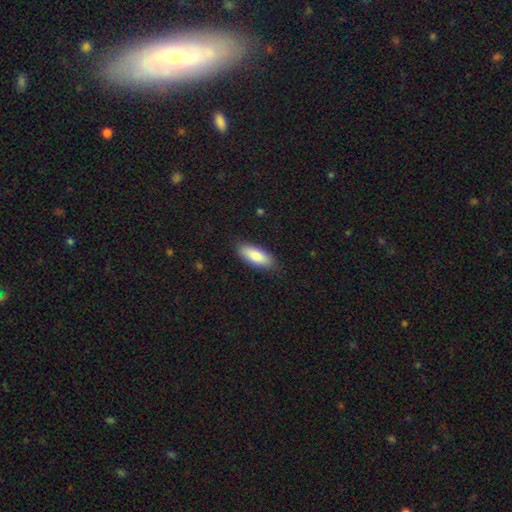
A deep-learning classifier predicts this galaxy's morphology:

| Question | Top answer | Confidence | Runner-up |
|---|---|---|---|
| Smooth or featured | smooth | 86% | featured or disk (9%) |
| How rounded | in between | 76% | cigar-shaped (22%) |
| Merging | none | 86% | minor disturbance (11%) |